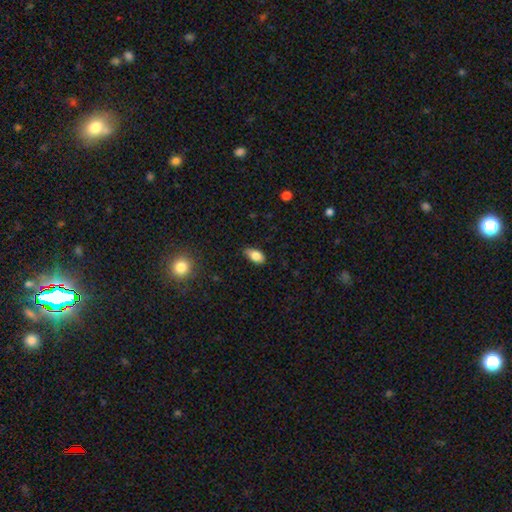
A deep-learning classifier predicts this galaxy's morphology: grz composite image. It shows a smooth galaxy with no disk features (83%) that is in between round and cigar-shaped (90%). Merging: none (66%).